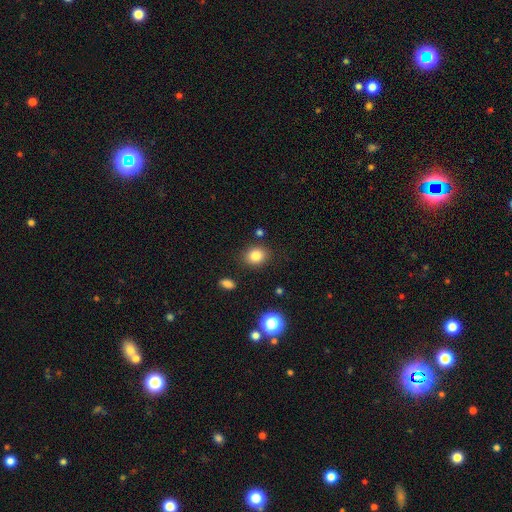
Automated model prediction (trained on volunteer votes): smooth 83%, star or artifact 11%, featured or disk 6%. Down the decision tree: how rounded — round (60%); merging — none (84%).